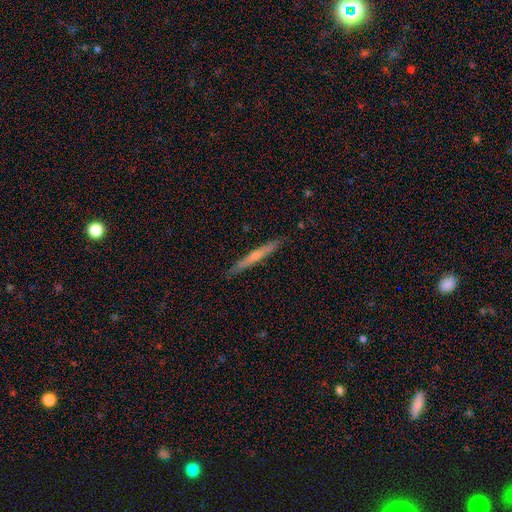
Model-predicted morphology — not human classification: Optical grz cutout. It shows a featured or disk galaxy (53%) viewed edge-on (96%) with a rounded central bulge (53%). Merging: none (90%).